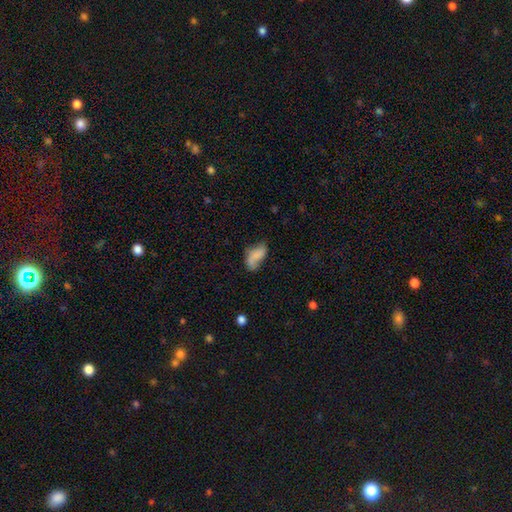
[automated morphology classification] Smooth or featured: smooth — 64% (featured or disk — 27%)
How rounded: in between — 90% (cigar-shaped — 6%)
Merging: none — 40% (minor disturbance — 29%)